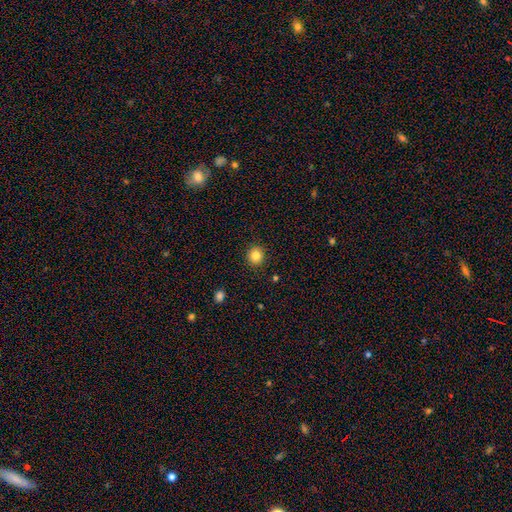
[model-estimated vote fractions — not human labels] Morphology: type=smooth (84%); roundness=round (91%); merging=none (91%).